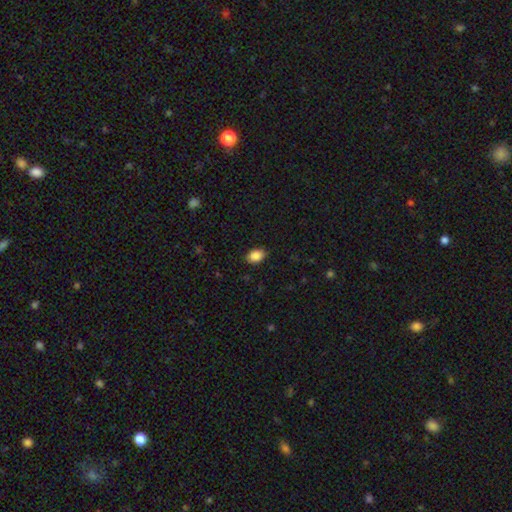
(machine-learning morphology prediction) Smooth or featured? Predicted: smooth (p=0.87). How rounded? Predicted: in between (p=0.83). Merging? Predicted: none (p=0.87).